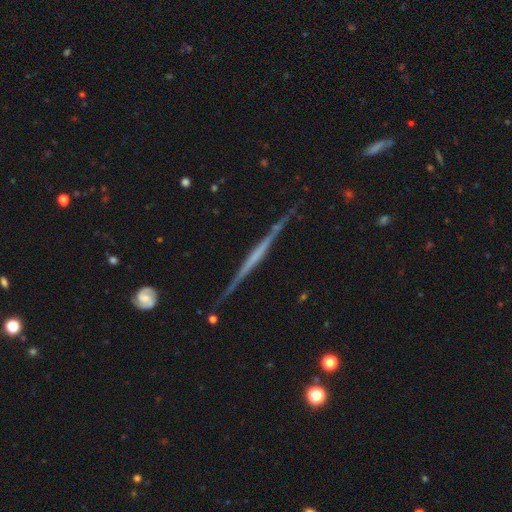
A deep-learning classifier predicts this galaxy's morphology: Smooth or featured? Predicted: featured or disk (p=0.78). Edge-on disk? Predicted: yes (p=0.98). Edge-on bulge? Predicted: none (p=0.70). Merging? Predicted: none (p=0.86).